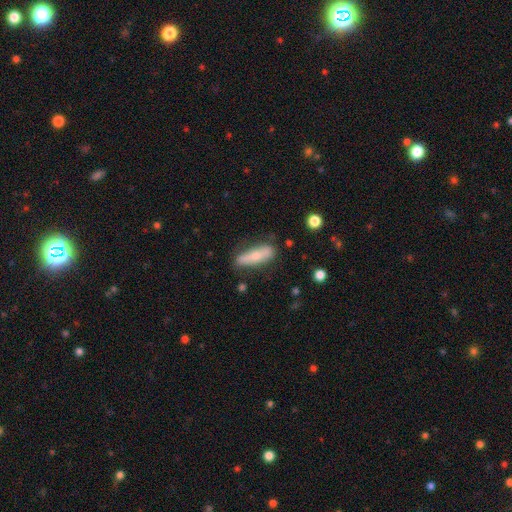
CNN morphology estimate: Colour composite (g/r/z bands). It shows a smooth galaxy with no disk features (65%) that is cigar-shaped (64%). Merging: none (74%).